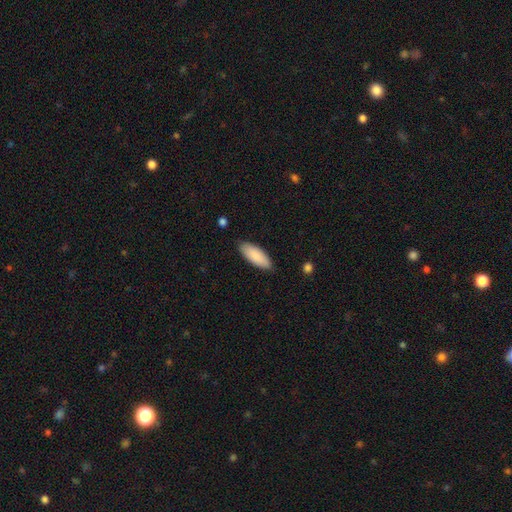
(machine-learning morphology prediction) smooth_or_featured: smooth (p=0.87) [alt: featured or disk p=0.07]
how_rounded: in between (p=0.75) [alt: cigar-shaped p=0.24]
merging: none (p=0.86) [alt: minor disturbance p=0.11]